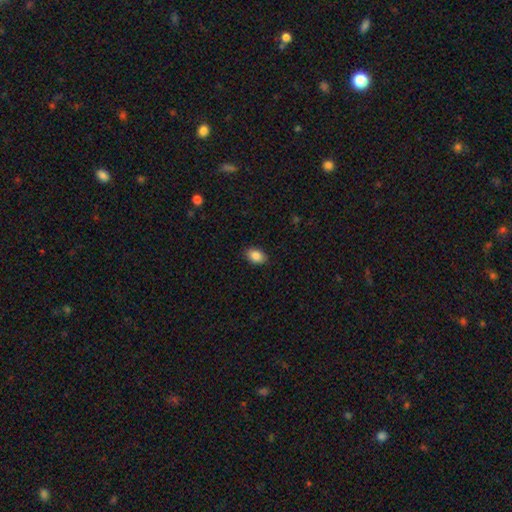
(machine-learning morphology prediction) This is clearly a smooth galaxy (87%). How rounded: clearly in between (87%). Merging: clearly none (88%).